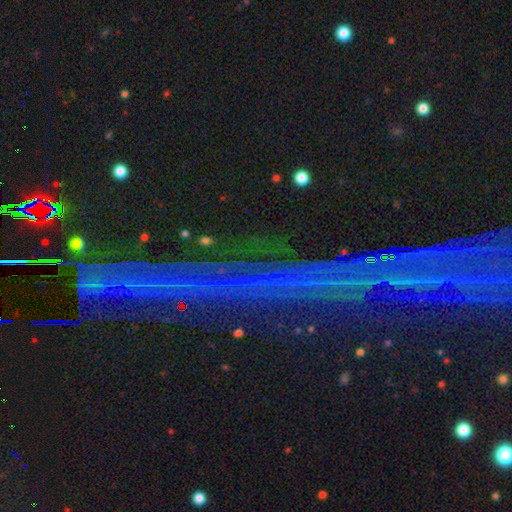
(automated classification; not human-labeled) Morphology: type=star or artifact (85%).